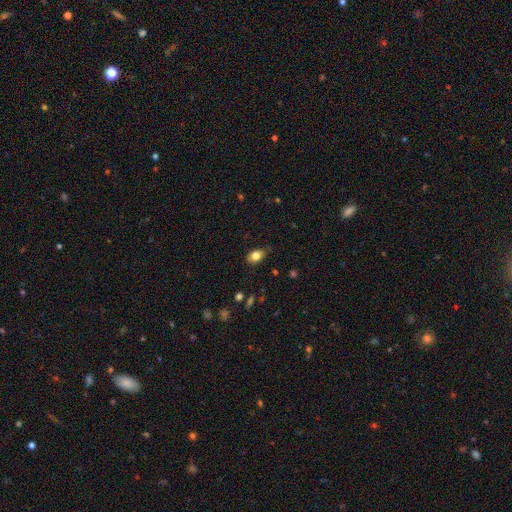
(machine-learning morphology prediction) Smooth or featured: smooth — 80% (featured or disk — 11%)
How rounded: in between — 82% (round — 15%)
Merging: none — 76% (minor disturbance — 20%)